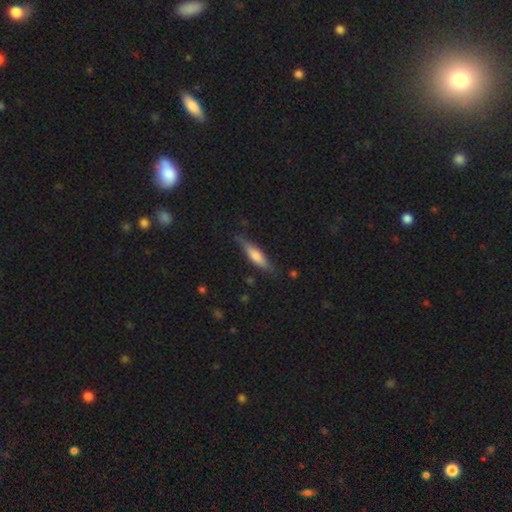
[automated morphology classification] Overall: smooth (61%; featured or disk 33%). How rounded: cigar-shaped (71%). Merging: none (75%).